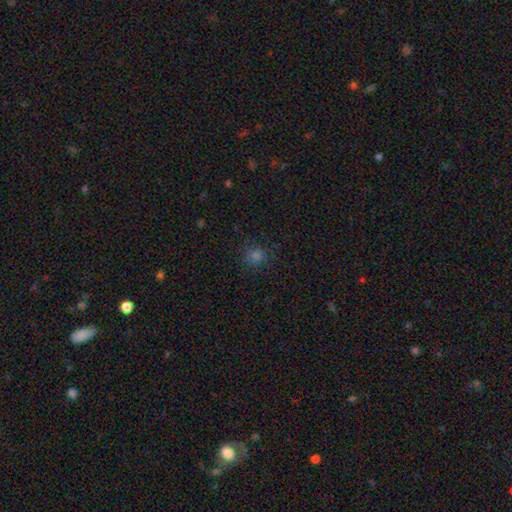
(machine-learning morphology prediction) Q: Smooth or featured?
A: smooth (67%); runner-up: star or artifact (27%)
Q: How rounded?
A: round (89%); runner-up: in between (10%)
Q: Merging?
A: none (85%); runner-up: minor disturbance (10%)